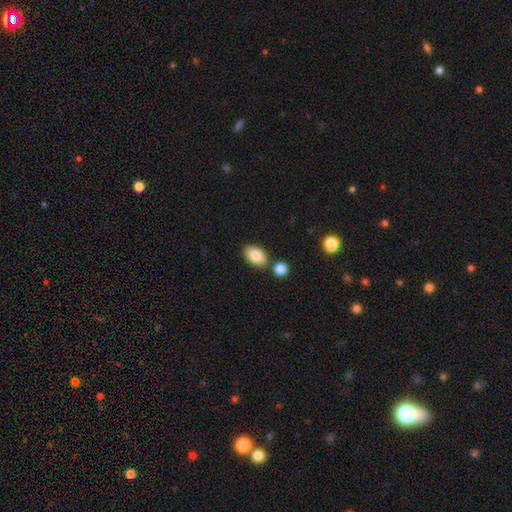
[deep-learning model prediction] A smooth galaxy with no disk features (84%) that is in between round and cigar-shaped (92%).

Vote fractions:
- Smooth or featured? smooth: 84% / featured or disk: 9% / star or artifact: 7%
- How rounded? in between: 92% / round: 7% / cigar-shaped: 2%
- Merging? none: 77% / merger: 11% / minor disturbance: 10% / major disturbance: 2%